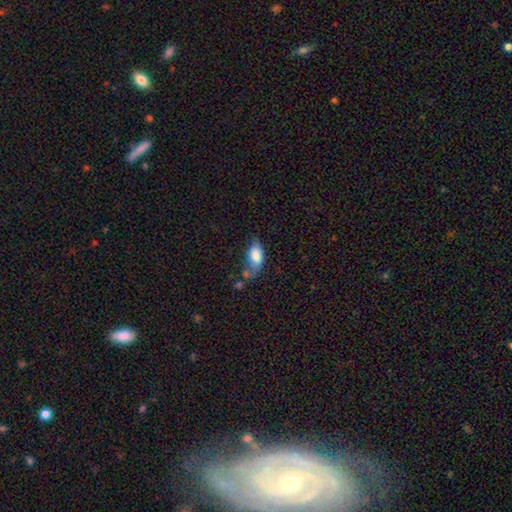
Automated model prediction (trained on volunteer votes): Q: Smooth or featured?
A: smooth (77%); runner-up: featured or disk (16%)
Q: How rounded?
A: in between (90%); runner-up: cigar-shaped (5%)
Q: Merging?
A: minor disturbance (31%); tied with: none (31%)